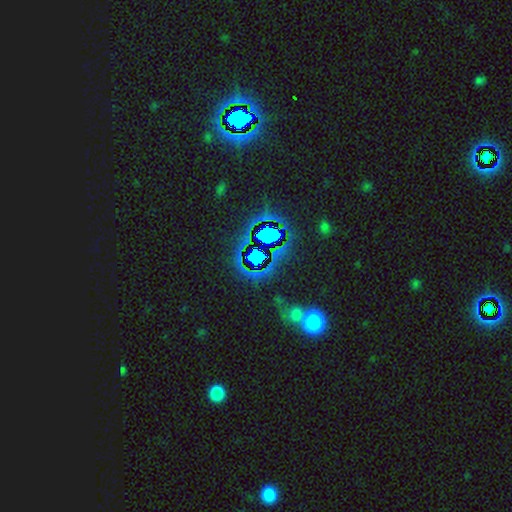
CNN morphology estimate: type=star or artifact (82%).